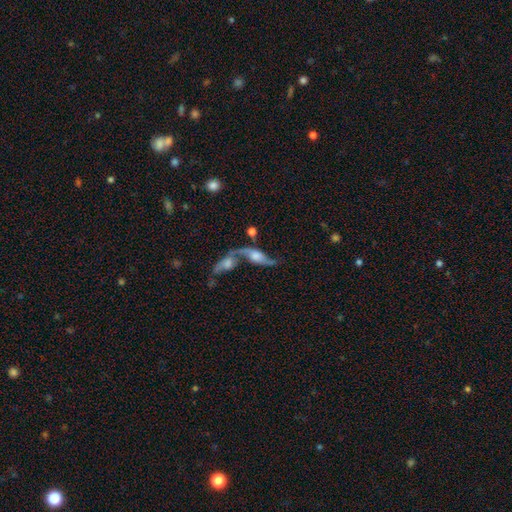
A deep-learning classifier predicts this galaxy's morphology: Q: Smooth or featured?
A: featured or disk (76%); runner-up: smooth (16%)
Q: Edge-on disk?
A: no (80%); runner-up: yes (20%)
Q: Bar?
A: no (63%); runner-up: weak (28%)
Q: Spiral arms?
A: yes (90%); runner-up: no (10%)
Q: Spiral winding?
A: loose (85%); runner-up: medium (11%)
Q: Spiral arm count?
A: 2 (89%); runner-up: 1 (5%)
Q: Bulge size?
A: moderate (37%); runner-up: large (26%)
Q: Merging?
A: merger (55%); runner-up: none (26%)